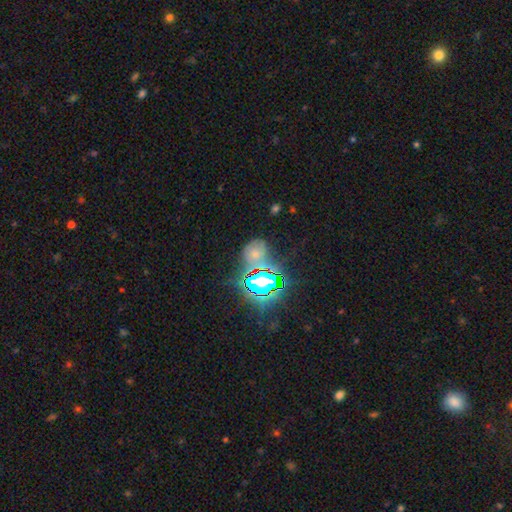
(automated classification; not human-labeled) smooth-or-featured: star or artifact: 44% | smooth: 35% | featured or disk: 21%